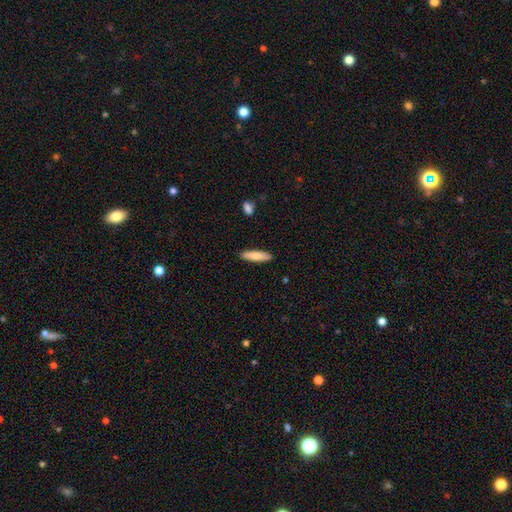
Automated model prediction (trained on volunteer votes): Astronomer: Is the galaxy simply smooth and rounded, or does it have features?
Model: smooth — 80%.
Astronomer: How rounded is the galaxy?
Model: cigar-shaped — 75%.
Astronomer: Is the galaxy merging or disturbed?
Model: none — 90%.